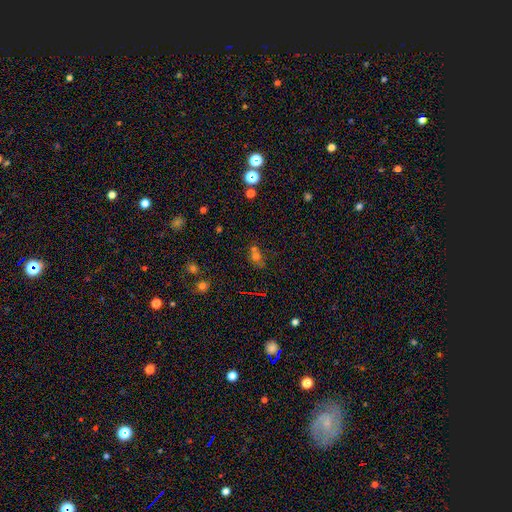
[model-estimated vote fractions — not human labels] Smooth or featured? Predicted: smooth (p=0.53). How rounded? Predicted: round (p=0.58). Merging? Predicted: none (p=0.45).